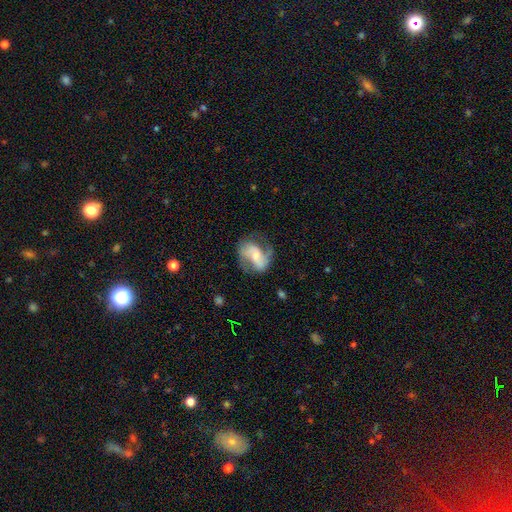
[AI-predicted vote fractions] The model was most divided on "spiral winding": loose: 43%, medium: 42%, tight: 15%. Remaining: edge-on disk — no (97%); spiral arms — yes (87%); spiral arm count — 2 (83%); smooth or featured — featured or disk (71%); merging — none (55%); bulge size — small (43%); bar — weak (38%).